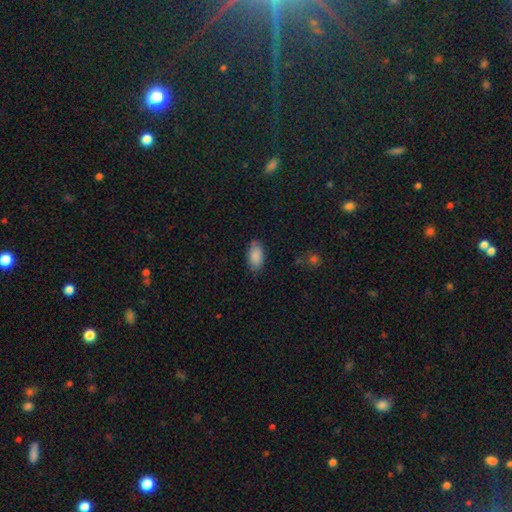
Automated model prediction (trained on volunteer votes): Smooth or featured: smooth — 88% (star or artifact — 7%)
How rounded: in between — 94% (round — 4%)
Merging: none — 80% (minor disturbance — 15%)